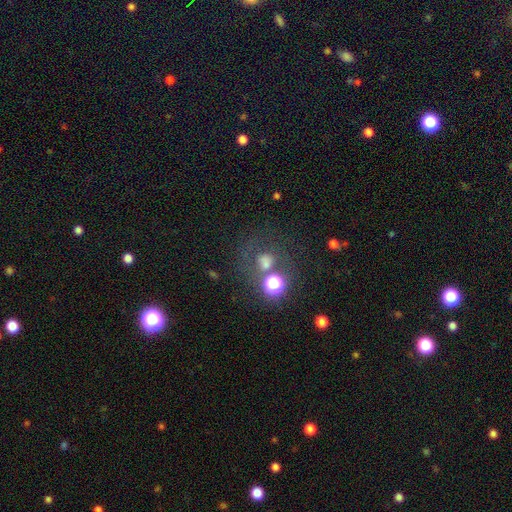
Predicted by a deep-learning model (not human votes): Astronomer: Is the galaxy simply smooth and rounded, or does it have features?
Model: star or artifact — 44% (runner-up: smooth, 41%).